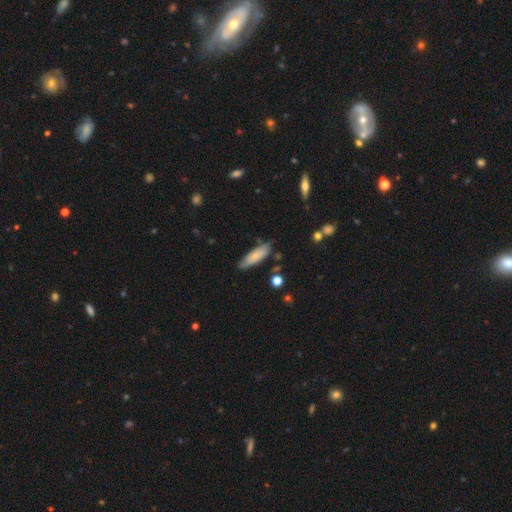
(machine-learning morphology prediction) The model was most divided on "how rounded" (2-way tie): in between: 49%, cigar-shaped: 49%, round: 2%. More confident: smooth or featured — smooth (76%); merging — none (73%).